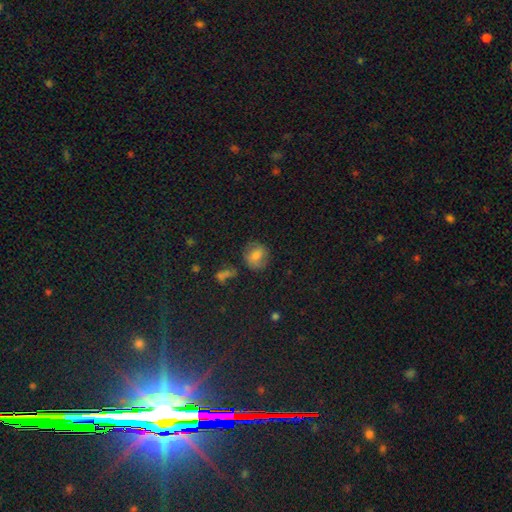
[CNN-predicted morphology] Q: Smooth or featured?
A: smooth (72%); runner-up: featured or disk (16%)
Q: How rounded?
A: round (75%); runner-up: in between (23%)
Q: Merging?
A: none (73%); runner-up: minor disturbance (18%)